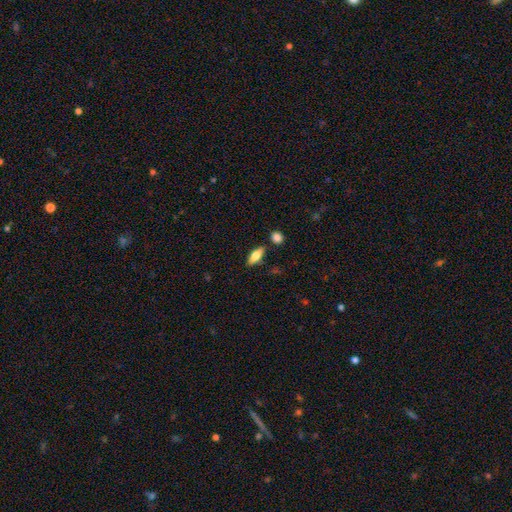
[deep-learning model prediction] Smooth or featured? Predicted: smooth (p=0.67). How rounded? Predicted: in between (p=0.71). Merging? Predicted: none (p=0.82).